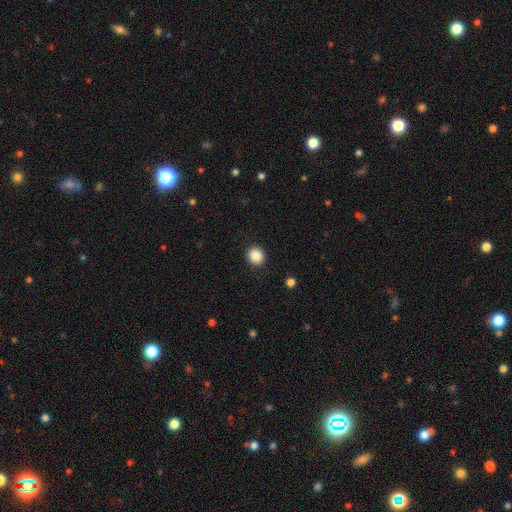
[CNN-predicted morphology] Smooth or featured: smooth — 87% (star or artifact — 9%)
How rounded: round — 88% (in between — 11%)
Merging: none — 91% (minor disturbance — 6%)